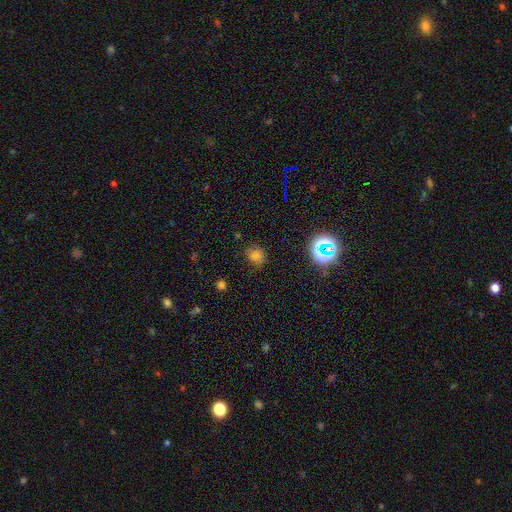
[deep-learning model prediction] A smooth galaxy with no disk features (74%) that is round (76%). Merging: none (82%).